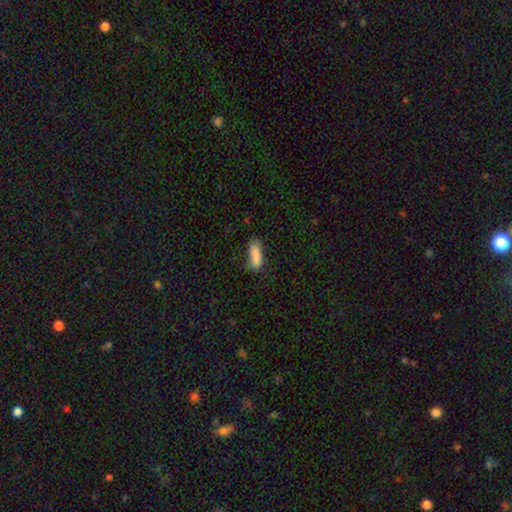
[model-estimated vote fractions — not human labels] Smooth or featured? smooth (84%)
How rounded? in between (57%)
Merging? none (55%)